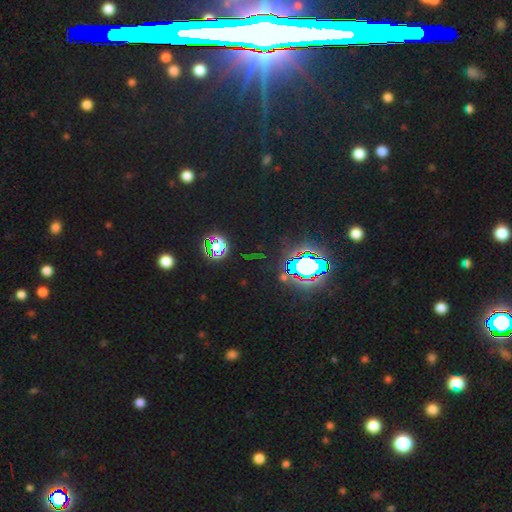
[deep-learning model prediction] This appears to be a star or artifact, not a galaxy (81%).